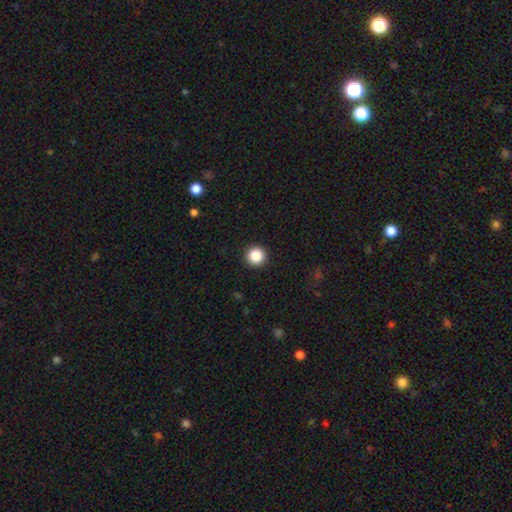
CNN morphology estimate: Smooth or featured? smooth (87%)
How rounded? round (96%)
Merging? none (93%)